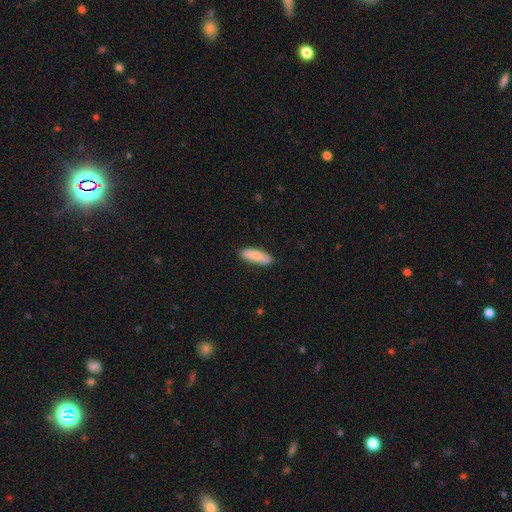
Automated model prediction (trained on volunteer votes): This appears to be a smooth galaxy with no disk features (81%) that is in between round and cigar-shaped (68%). Merging: none (84%).